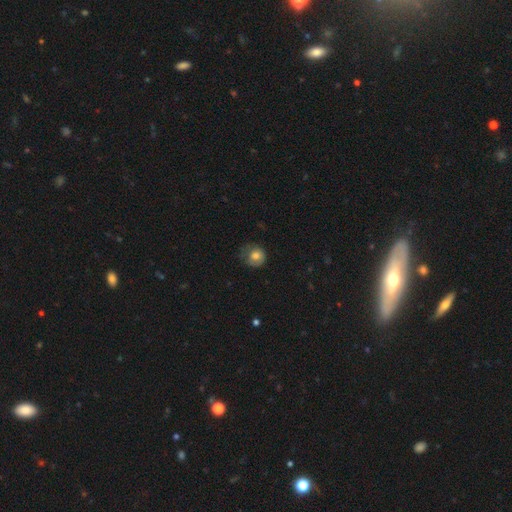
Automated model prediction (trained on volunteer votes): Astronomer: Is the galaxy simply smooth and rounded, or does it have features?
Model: smooth — 74%.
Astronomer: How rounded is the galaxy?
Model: round — 81%.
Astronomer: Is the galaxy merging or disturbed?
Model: none — 53% (runner-up: minor disturbance, 29%).